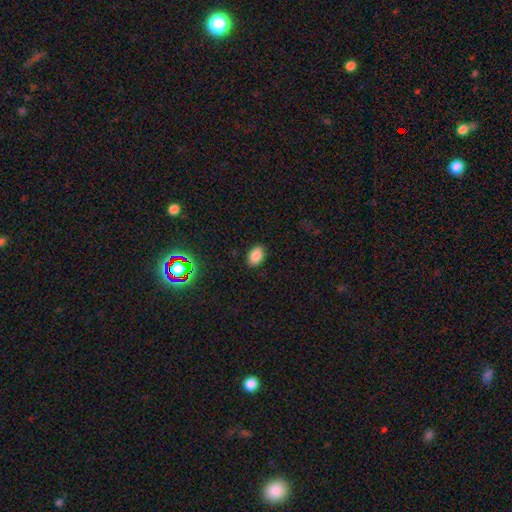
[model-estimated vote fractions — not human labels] smooth-or-featured: smooth: 84% | star or artifact: 12% | featured or disk: 4%
  how-rounded: in between: 87% | round: 11% | cigar-shaped: 1%
  merging: none: 88% | minor disturbance: 8% | major disturbance: 2% | merger: 1%